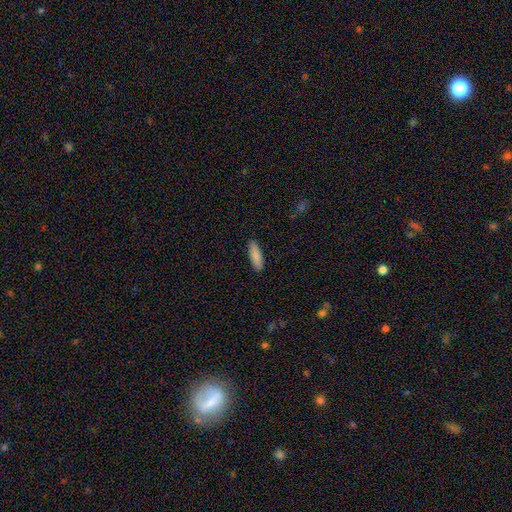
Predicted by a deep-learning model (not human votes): The model was most divided on "how rounded": cigar-shaped: 54%, in between: 44%, round: 1%. More confident: merging — none (89%); smooth or featured — smooth (88%).